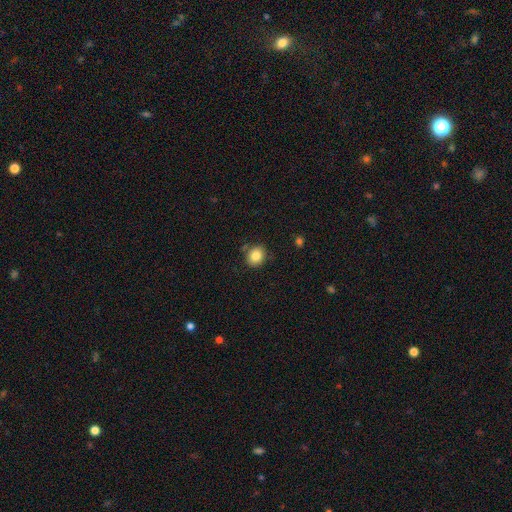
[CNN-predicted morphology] Smooth or featured? smooth (84%)
How rounded? round (73%)
Merging? none (81%)